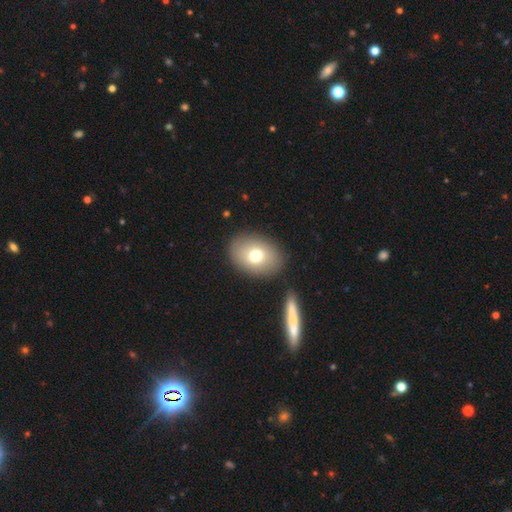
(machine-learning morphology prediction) Smooth or featured? Predicted: smooth (p=0.73). How rounded? Predicted: in between (p=0.75). Merging? Predicted: none (p=0.85).